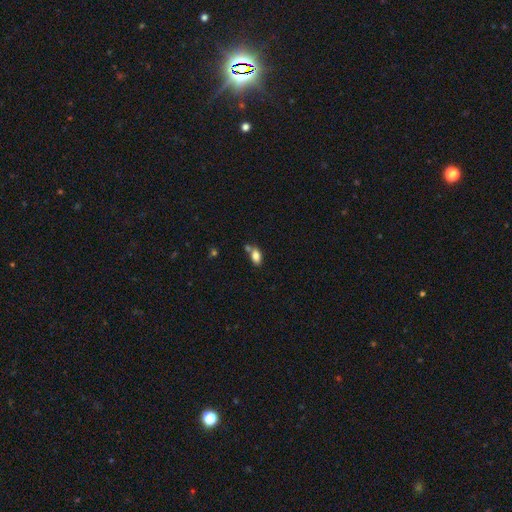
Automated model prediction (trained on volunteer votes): This is clearly a smooth galaxy (83%). How rounded: clearly in between (90%). Merging: possibly none (56%).